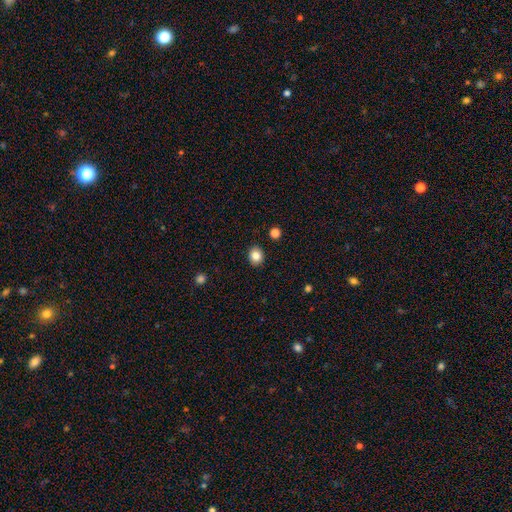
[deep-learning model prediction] smooth-or-featured: smooth: 84% | star or artifact: 10% | featured or disk: 7%
  how-rounded: round: 58% | in between: 41% | cigar-shaped: 1%
  merging: none: 91% | minor disturbance: 6% | major disturbance: 2% | merger: 1%